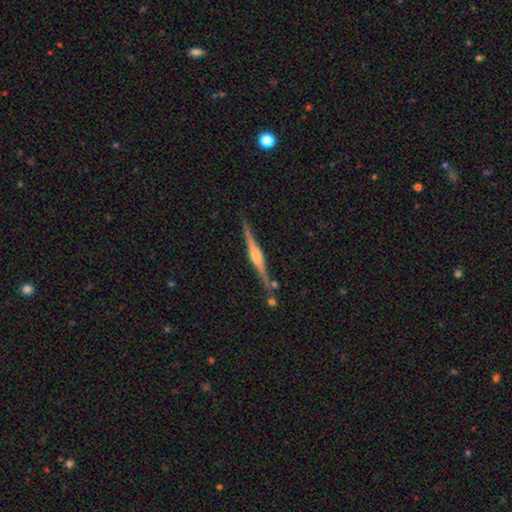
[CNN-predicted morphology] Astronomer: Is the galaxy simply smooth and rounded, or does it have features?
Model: featured or disk — 81%.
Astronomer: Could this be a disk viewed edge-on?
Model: yes — 98%.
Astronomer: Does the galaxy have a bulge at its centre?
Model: rounded — 75%.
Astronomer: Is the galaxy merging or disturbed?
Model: none — 84%.